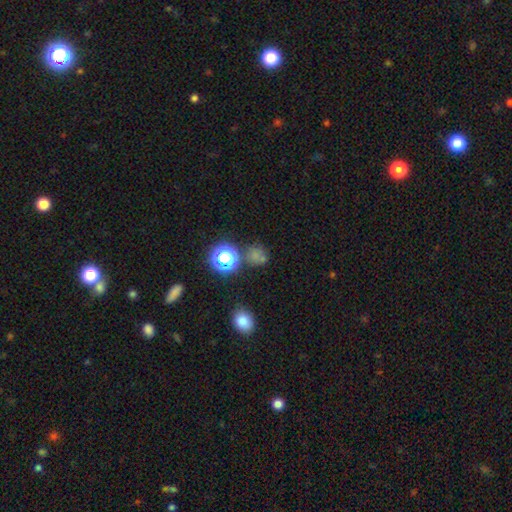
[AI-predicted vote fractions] Q: Smooth or featured?
A: smooth (63%); runner-up: star or artifact (28%)
Q: How rounded?
A: round (83%); runner-up: in between (16%)
Q: Merging?
A: none (61%); runner-up: merger (18%)